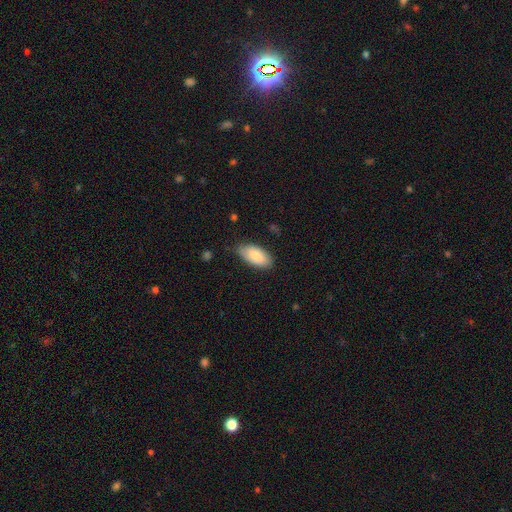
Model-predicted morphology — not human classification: A smooth galaxy with no disk features (83%) that is in between round and cigar-shaped (93%). Merging: none (75%).